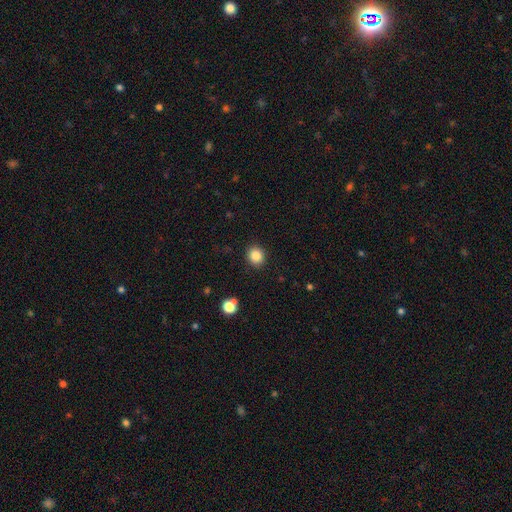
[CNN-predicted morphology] This is clearly a smooth galaxy (85%). How rounded: likely round (78%). Merging: clearly none (90%).